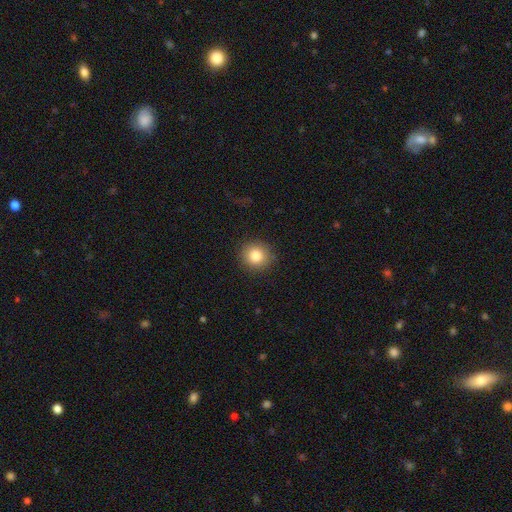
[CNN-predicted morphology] Overall: smooth (83%). How rounded: round (91%). Merging: none (89%).